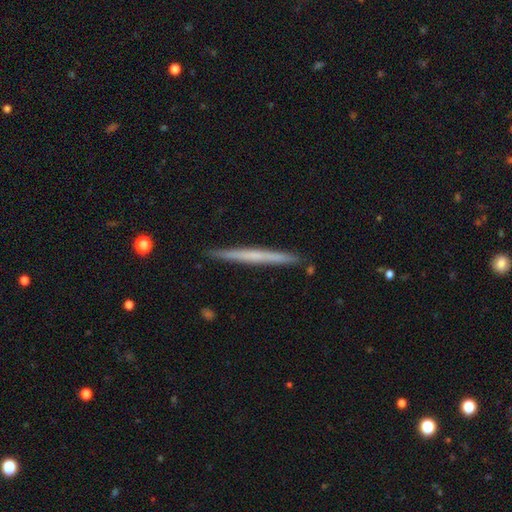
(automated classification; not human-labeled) Morphology: type=featured or disk (49%); merging=none (91%).